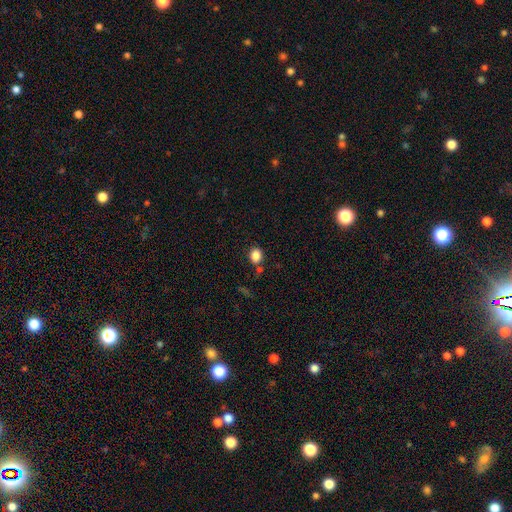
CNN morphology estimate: A smooth galaxy with no disk features (85%) that is round (54%).

Vote fractions:
- Smooth or featured? smooth: 85% / star or artifact: 11% / featured or disk: 5%
- How rounded? round: 54% / in between: 45% / cigar-shaped: 1%
- Merging? none: 72% / minor disturbance: 13% / merger: 11% / major disturbance: 5%